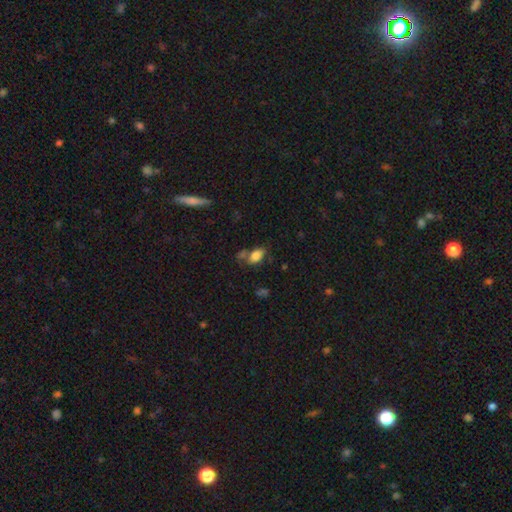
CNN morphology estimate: smooth 80%, featured or disk 10%, star or artifact 10%. Down the decision tree: how rounded — in between (90%); merging — none (52%).